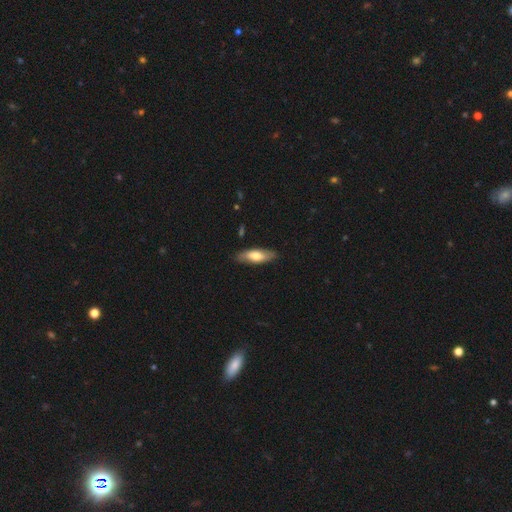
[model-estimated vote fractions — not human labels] Smooth or featured: smooth — 67% (featured or disk — 28%)
How rounded: in between — 63% (cigar-shaped — 35%)
Merging: none — 84% (minor disturbance — 12%)